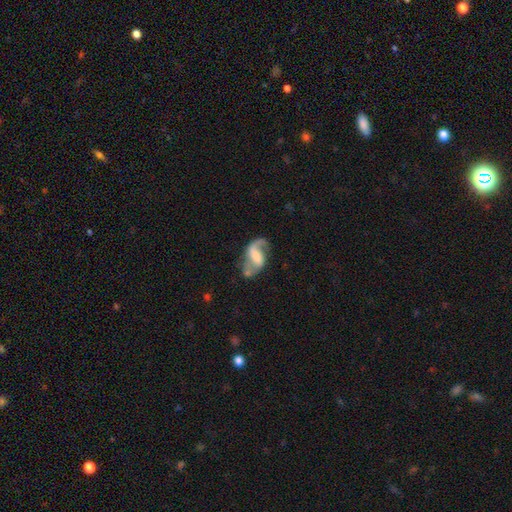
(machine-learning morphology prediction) Smooth or featured: featured or disk — 78% (smooth — 16%)
Edge-on disk: no — 97% (yes — 3%)
Bar: weak — 42% (strong — 35%)
Spiral arms: yes — 90% (no — 10%)
Spiral winding: loose — 59% (medium — 33%)
Spiral arm count: 2 — 73% (1 — 20%)
Bulge size: none — 32% (moderate — 26%)
Merging: none — 46% (major disturbance — 22%)